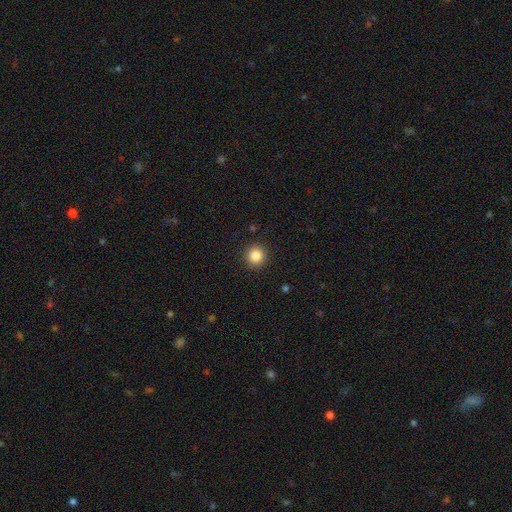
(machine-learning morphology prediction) A smooth galaxy with no disk features (85%) that is round (93%).

Vote fractions:
- Smooth or featured? smooth: 85% / star or artifact: 11% / featured or disk: 4%
- How rounded? round: 93% / in between: 6% / cigar-shaped: 1%
- Merging? none: 91% / minor disturbance: 6% / major disturbance: 2% / merger: 1%